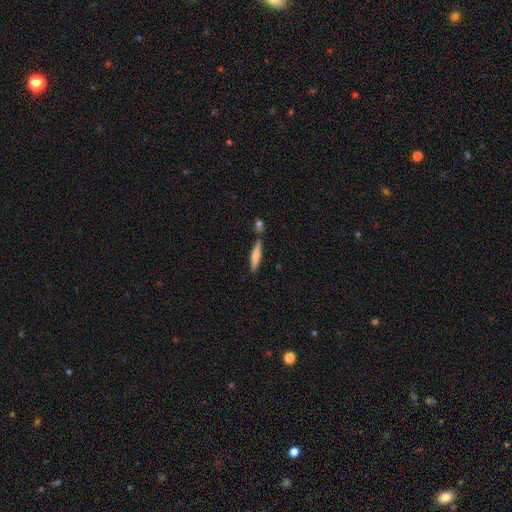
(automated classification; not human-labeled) A smooth galaxy with no disk features (61%) that is cigar-shaped (89%). Merging: none (77%).